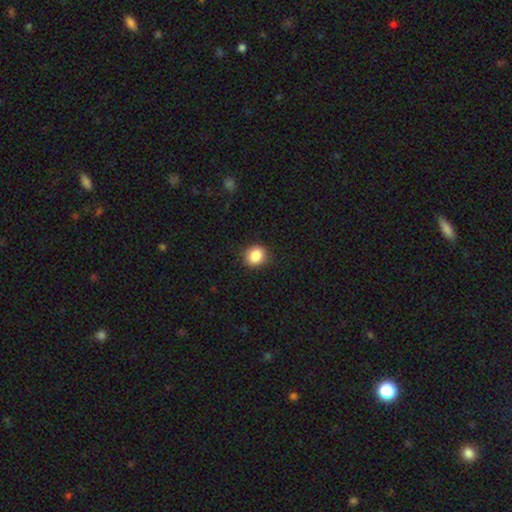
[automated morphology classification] Overall: smooth (87%). How rounded: round (76%). Merging: none (89%).